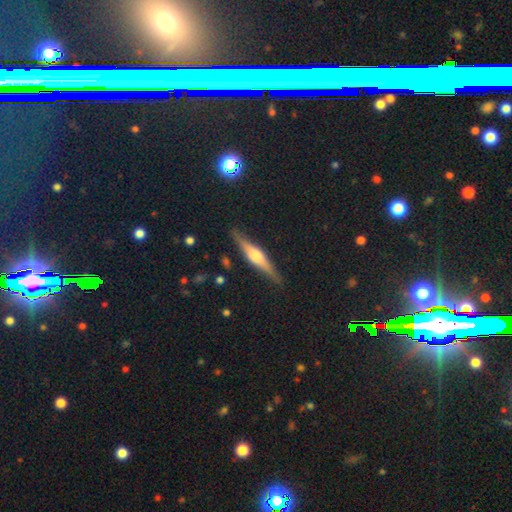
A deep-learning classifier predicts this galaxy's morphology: Smooth or featured? featured or disk (70%)
Edge-on disk? yes (97%)
Edge-on bulge? rounded (80%)
Merging? none (87%)